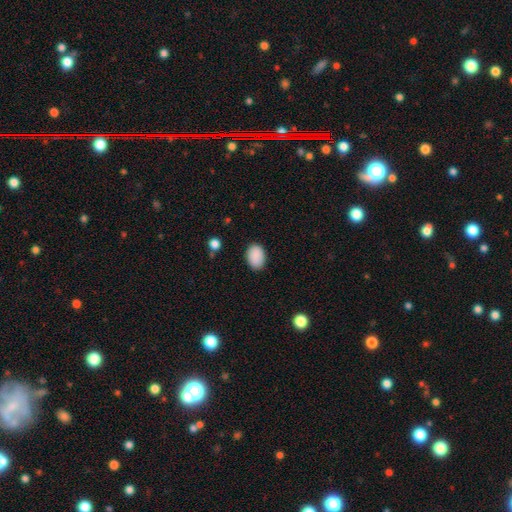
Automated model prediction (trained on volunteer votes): Morphology: type=smooth (90%); roundness=in between (84%); merging=none (85%).